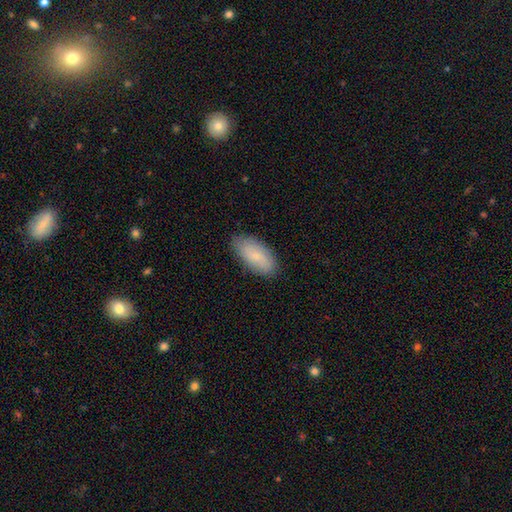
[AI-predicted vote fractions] smooth_or_featured: smooth (p=0.73) [alt: featured or disk p=0.20]
how_rounded: in between (p=0.92) [alt: cigar-shaped p=0.06]
merging: none (p=0.83) [alt: minor disturbance p=0.13]